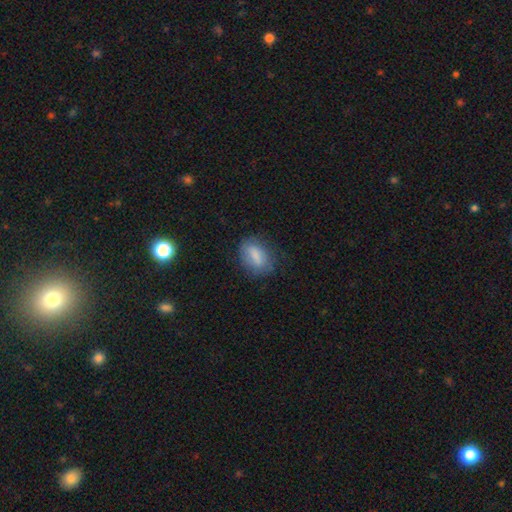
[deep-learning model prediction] Smooth or featured? Predicted: smooth (p=0.76). How rounded? Predicted: in between (p=0.84). Merging? Predicted: none (p=0.69).